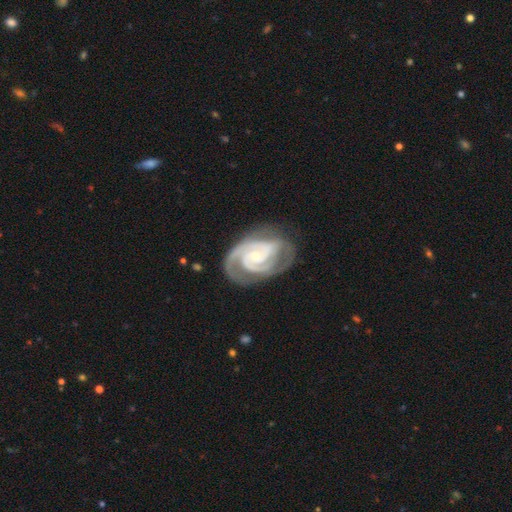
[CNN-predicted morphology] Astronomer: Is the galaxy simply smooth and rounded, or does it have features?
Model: featured or disk — 92%.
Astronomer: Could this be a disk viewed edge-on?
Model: no — 98%.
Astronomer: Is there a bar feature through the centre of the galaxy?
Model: no — 54% (runner-up: weak, 34%).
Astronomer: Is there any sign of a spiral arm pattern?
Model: yes — 98%.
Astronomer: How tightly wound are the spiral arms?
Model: tight — 58% (runner-up: medium, 37%).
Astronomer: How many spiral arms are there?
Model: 2 — 62%.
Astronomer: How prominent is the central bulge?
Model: small — 72%.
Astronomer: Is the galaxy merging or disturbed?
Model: none — 71%.